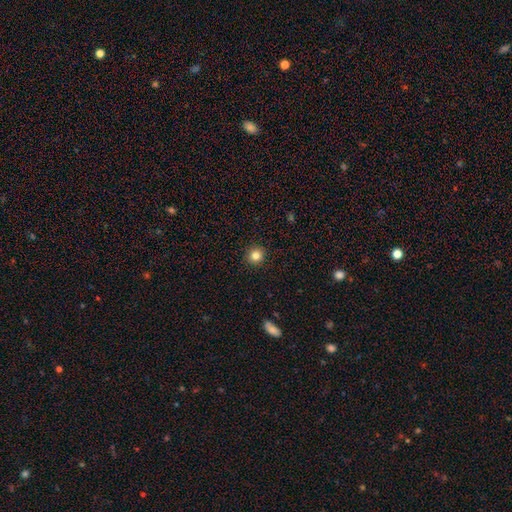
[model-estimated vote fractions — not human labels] This is clearly a smooth galaxy (83%). How rounded: clearly round (93%). Merging: clearly none (92%).